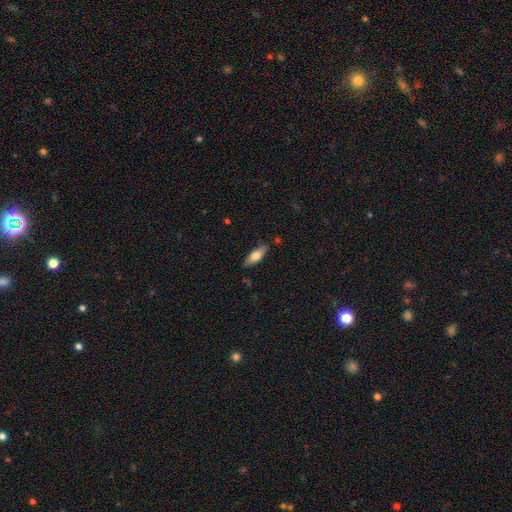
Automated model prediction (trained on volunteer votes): smooth_or_featured: smooth (p=0.71) [alt: featured or disk p=0.23]
how_rounded: in between (p=0.64) [alt: cigar-shaped p=0.34]
merging: none (p=0.81) [alt: minor disturbance p=0.14]